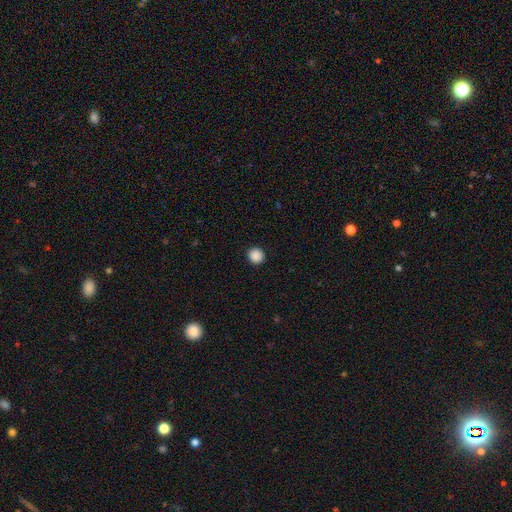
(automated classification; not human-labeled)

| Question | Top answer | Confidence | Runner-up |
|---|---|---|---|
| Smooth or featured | smooth | 89% | star or artifact (9%) |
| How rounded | round | 92% | in between (7%) |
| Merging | none | 93% | minor disturbance (5%) |